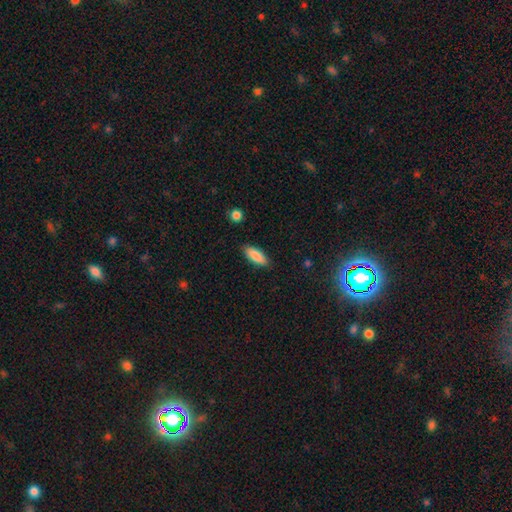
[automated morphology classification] Overall: smooth (87%). How rounded: in between (69%; cigar-shaped 29%). Merging: none (87%).